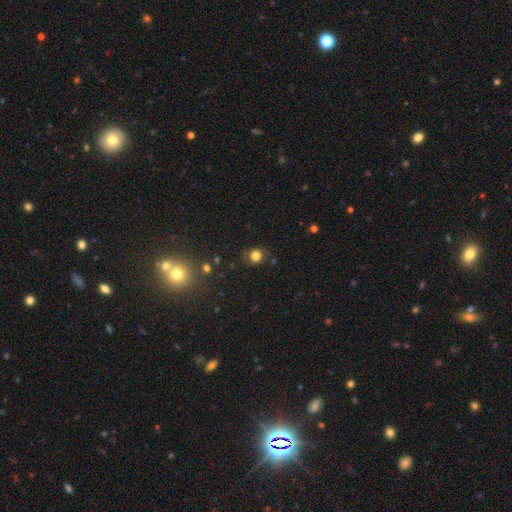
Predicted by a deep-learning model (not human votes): A smooth galaxy with no disk features (80%) that is round (88%).

Vote fractions:
- Smooth or featured? smooth: 80% / star or artifact: 14% / featured or disk: 6%
- How rounded? round: 88% / in between: 11% / cigar-shaped: 1%
- Merging? none: 80% / minor disturbance: 13% / major disturbance: 4% / merger: 3%